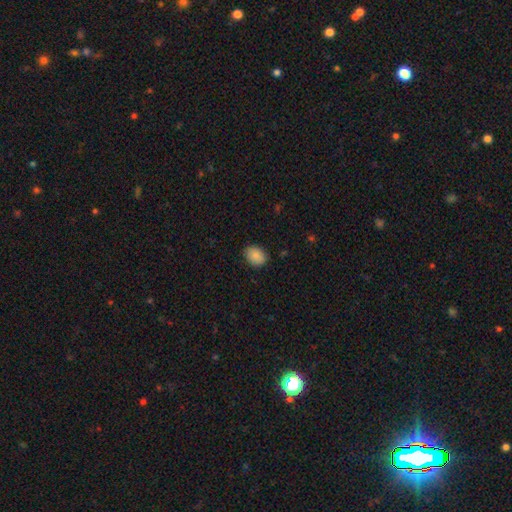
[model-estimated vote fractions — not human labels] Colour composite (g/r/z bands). It shows a smooth galaxy with no disk features (87%) that is in between round and cigar-shaped (67%). Merging: none (85%).